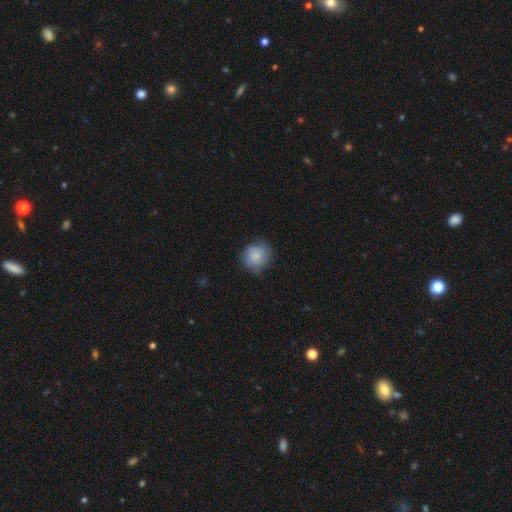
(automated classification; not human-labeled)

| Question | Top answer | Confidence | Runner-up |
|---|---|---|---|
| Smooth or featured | smooth | 80% | featured or disk (12%) |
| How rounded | round | 89% | in between (10%) |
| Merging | none | 74% | minor disturbance (20%) |